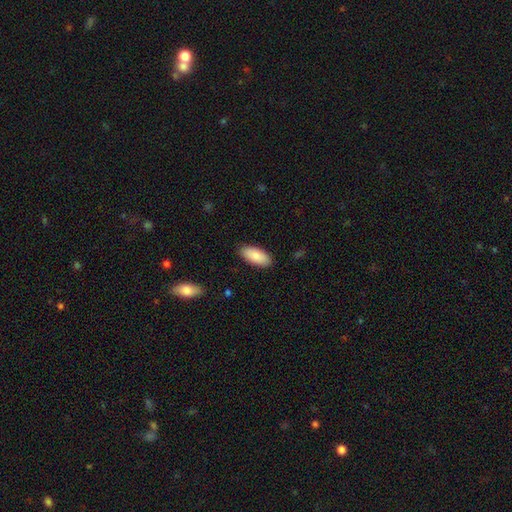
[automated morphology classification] smooth_or_featured: smooth (p=0.86) [alt: featured or disk p=0.08]
how_rounded: in between (p=0.88) [alt: cigar-shaped p=0.10]
merging: none (p=0.88) [alt: minor disturbance p=0.09]